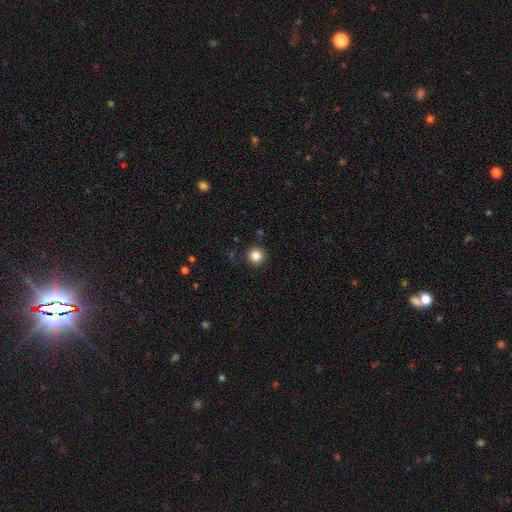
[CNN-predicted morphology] This is clearly a smooth galaxy (85%). How rounded: clearly round (95%). Merging: clearly none (90%).